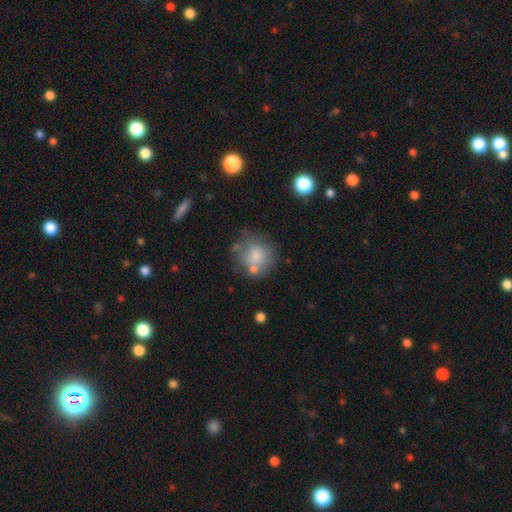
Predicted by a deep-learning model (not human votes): A smooth galaxy with no disk features (70%) that is round (85%).

Vote fractions:
- Smooth or featured? smooth: 70% / featured or disk: 21% / star or artifact: 9%
- How rounded? round: 85% / in between: 14% / cigar-shaped: 1%
- Merging? none: 52% / minor disturbance: 19% / merger: 18% / major disturbance: 10%